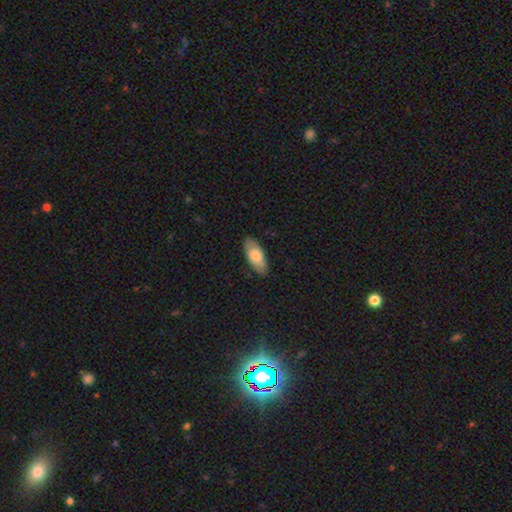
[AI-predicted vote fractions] Smooth or featured? Predicted: smooth (p=0.74). How rounded? Predicted: in between (p=0.87). Merging? Predicted: none (p=0.84).